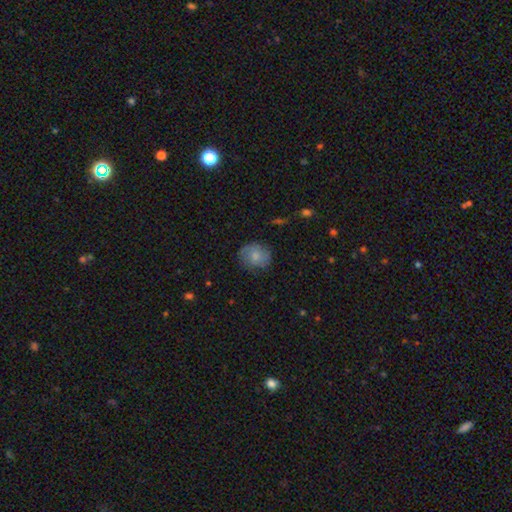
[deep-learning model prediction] A smooth galaxy with no disk features (70%) that is round (73%). Merging: none (73%).